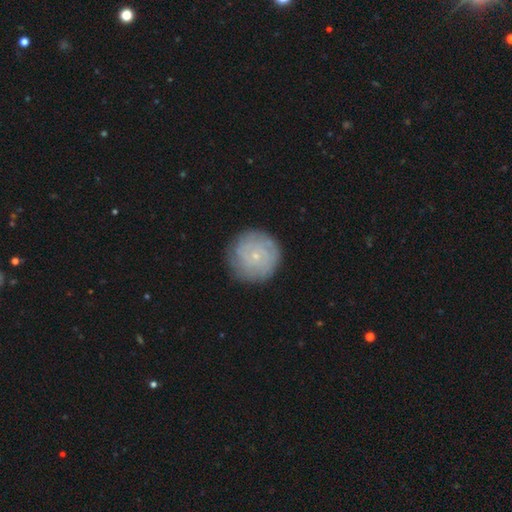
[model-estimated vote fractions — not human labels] smooth_or_featured: featured or disk (p=0.52) [alt: smooth p=0.39]
disk_edge_on: no (p=0.97) [alt: yes p=0.03]
bar: no (p=0.85) [alt: weak p=0.12]
has_spiral_arms: yes (p=0.75) [alt: no p=0.25]
bulge_size: small (p=0.86) [alt: moderate p=0.09]
merging: none (p=0.84) [alt: minor disturbance p=0.11]